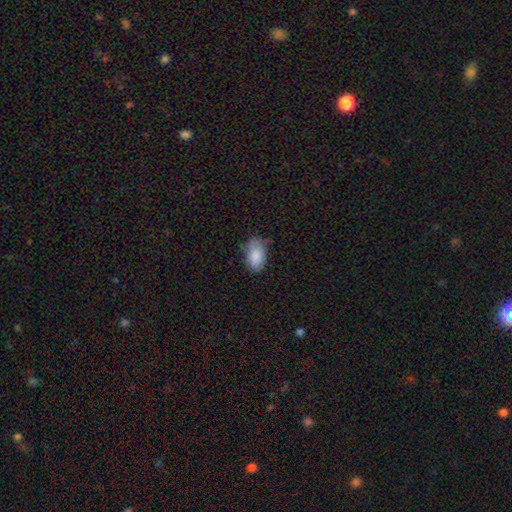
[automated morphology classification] smooth 85%, featured or disk 8%, star or artifact 7%. Down the decision tree: how rounded — in between (92%); merging — none (65%).